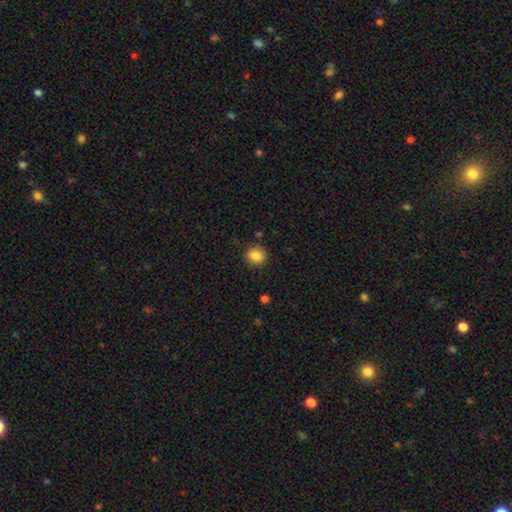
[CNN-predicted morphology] Q: Smooth or featured?
A: smooth (85%); runner-up: star or artifact (10%)
Q: How rounded?
A: round (85%); runner-up: in between (14%)
Q: Merging?
A: none (84%); runner-up: minor disturbance (11%)